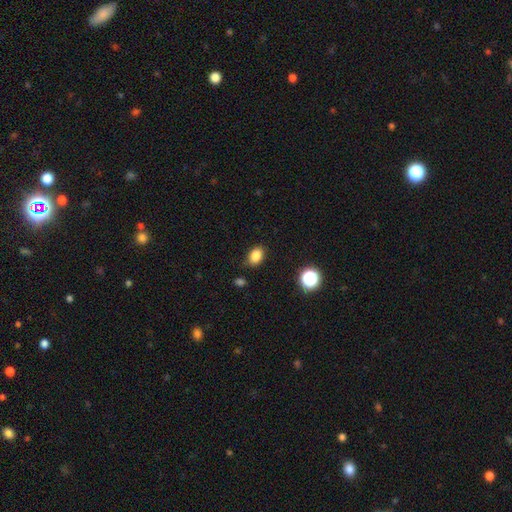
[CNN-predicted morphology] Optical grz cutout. It shows a smooth galaxy with no disk features (84%) that is in between round and cigar-shaped (78%). Merging: none (81%).